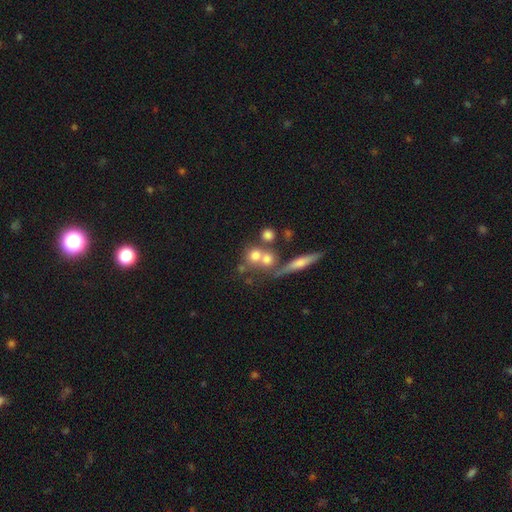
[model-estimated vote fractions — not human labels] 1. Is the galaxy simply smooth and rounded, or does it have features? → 67% smooth, 21% featured or disk, 12% star or artifact.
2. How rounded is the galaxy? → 79% round, 16% in between, 5% cigar-shaped.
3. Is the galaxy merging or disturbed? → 44% none, 42% merger, 9% minor disturbance, 5% major disturbance.